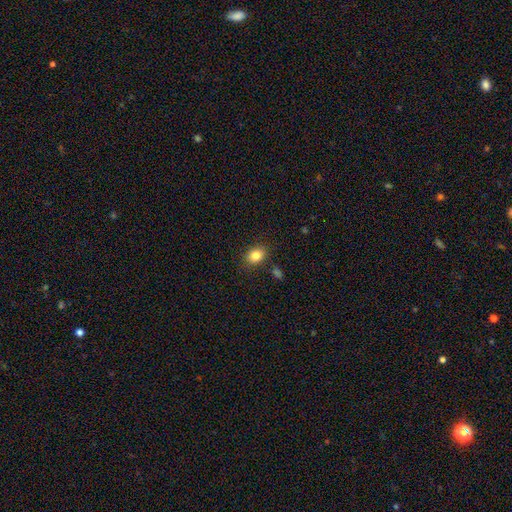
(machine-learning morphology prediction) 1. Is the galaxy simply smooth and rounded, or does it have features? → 84% smooth, 10% star or artifact, 7% featured or disk.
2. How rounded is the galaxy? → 64% in between, 35% round, 1% cigar-shaped.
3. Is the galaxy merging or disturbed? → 84% none, 10% minor disturbance, 3% merger, 3% major disturbance.